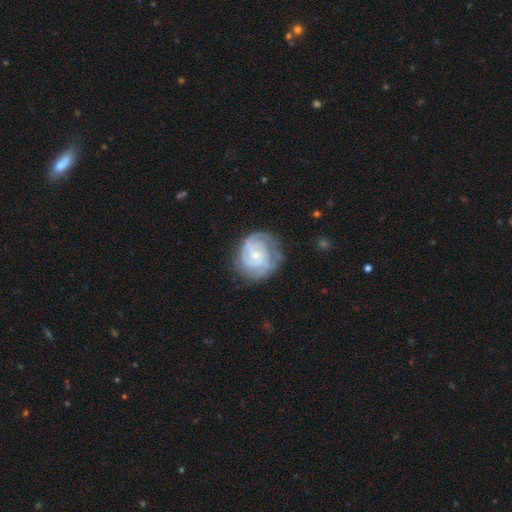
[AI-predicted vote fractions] featured or disk 80%, smooth 15%, star or artifact 5%. Down the decision tree: edge-on disk — no (98%); bar — no (69%); spiral arms — yes (94%); spiral arm count — 2 (32%); spiral winding — tight (66%); bulge size — small (68%); merging — none (69%).